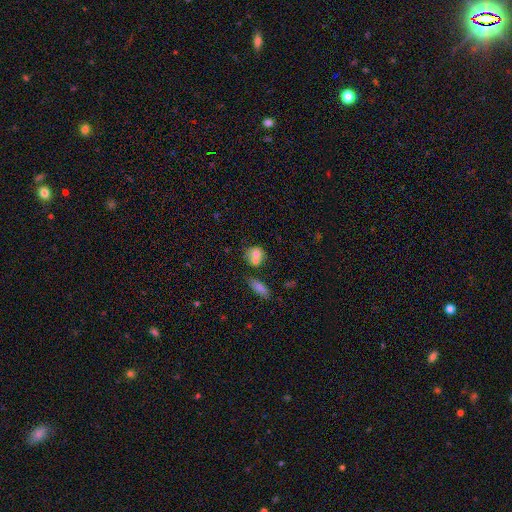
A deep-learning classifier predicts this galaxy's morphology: A smooth galaxy with no disk features (70%) that is round (66%). Merging: merger (50%).